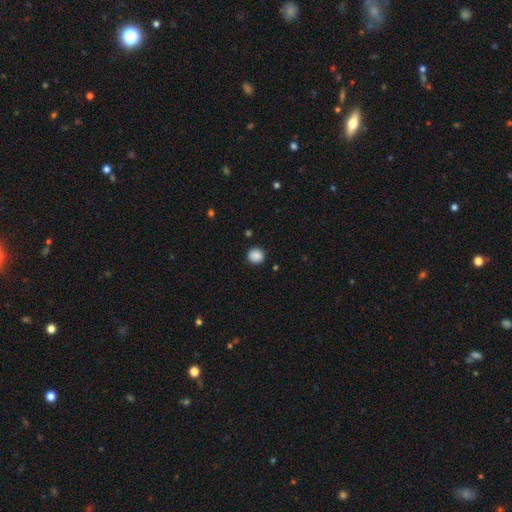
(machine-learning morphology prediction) Overall: smooth (88%). How rounded: round (86%). Merging: none (89%).